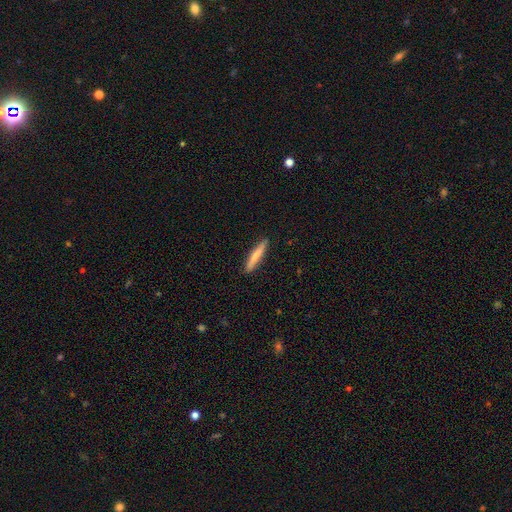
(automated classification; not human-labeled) smooth_or_featured: smooth (p=0.73) [alt: featured or disk p=0.21]
how_rounded: cigar-shaped (p=0.93) [alt: in between p=0.06]
merging: none (p=0.90) [alt: minor disturbance p=0.07]